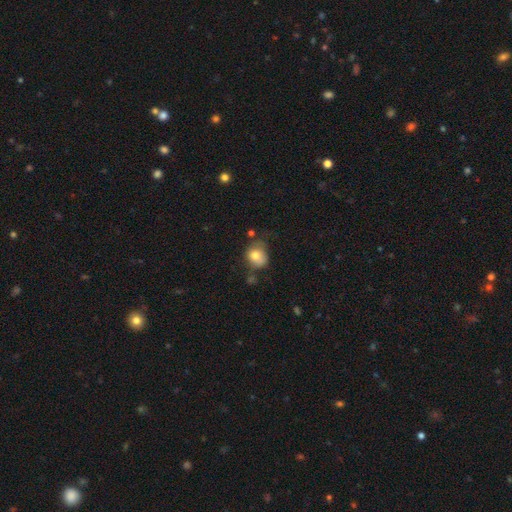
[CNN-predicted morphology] A smooth galaxy with no disk features (76%) that is round (66%).

Vote fractions:
- Smooth or featured? smooth: 76% / featured or disk: 14% / star or artifact: 10%
- How rounded? round: 66% / in between: 33% / cigar-shaped: 1%
- Merging? none: 50% / minor disturbance: 31% / major disturbance: 12% / merger: 7%